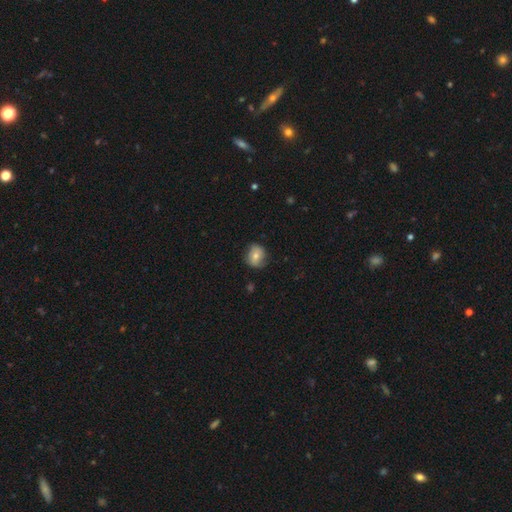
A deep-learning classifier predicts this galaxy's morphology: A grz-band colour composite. It shows a smooth galaxy with no disk features (65%) that is round (67%). Merging: none (73%).